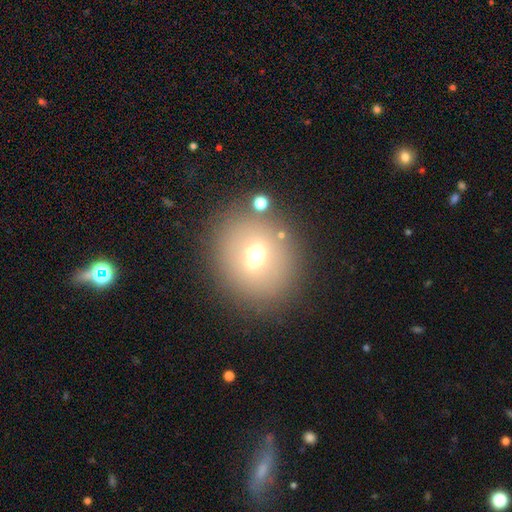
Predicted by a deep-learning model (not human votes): A smooth galaxy with no disk features (58%) that is round (77%). Merging: none (80%).